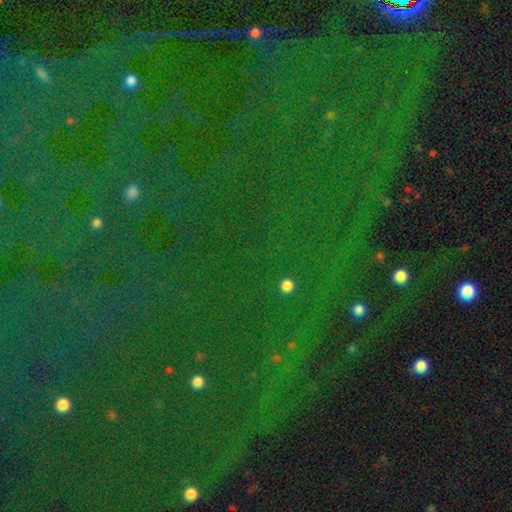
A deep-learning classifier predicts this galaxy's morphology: A star or artifact, not a galaxy (83%).